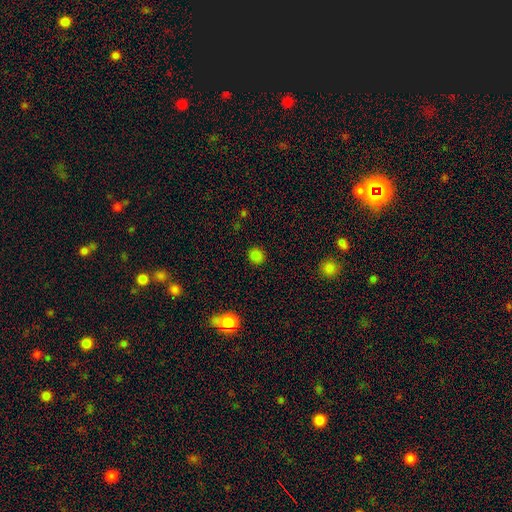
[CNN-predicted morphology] smooth 82%, star or artifact 15%, featured or disk 3%. Down the decision tree: how rounded — round (85%); merging — none (89%).